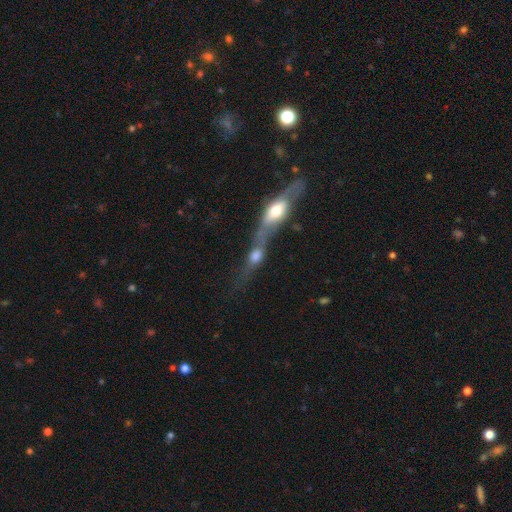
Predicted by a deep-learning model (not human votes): Smooth or featured? Predicted: featured or disk (p=0.46). Merging? Predicted: merger (p=0.69).